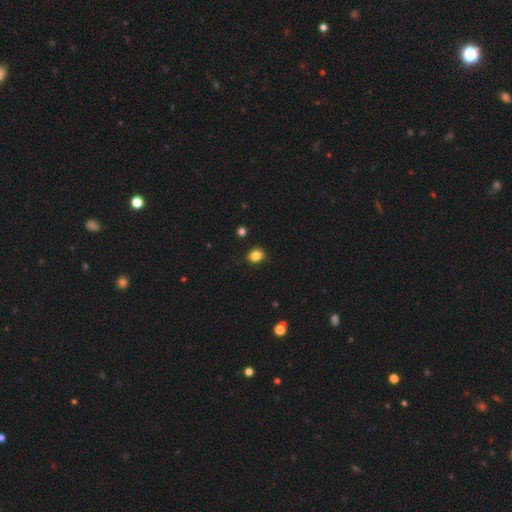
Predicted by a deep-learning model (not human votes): Smooth or featured? smooth (84%)
How rounded? round (64%)
Merging? none (86%)